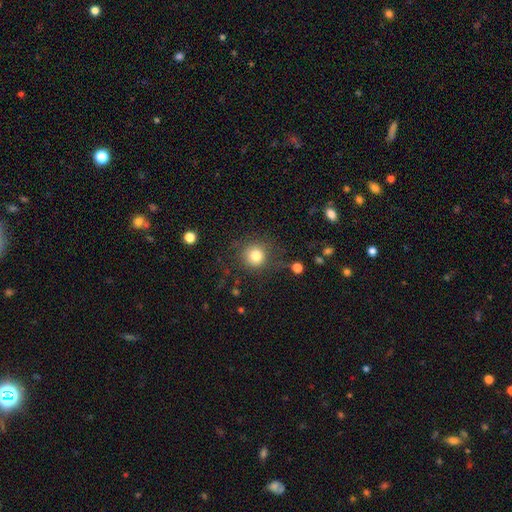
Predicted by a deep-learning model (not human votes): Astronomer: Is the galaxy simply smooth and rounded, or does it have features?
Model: smooth — 81%.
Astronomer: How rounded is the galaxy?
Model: round — 92%.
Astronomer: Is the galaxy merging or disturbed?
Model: none — 79%.